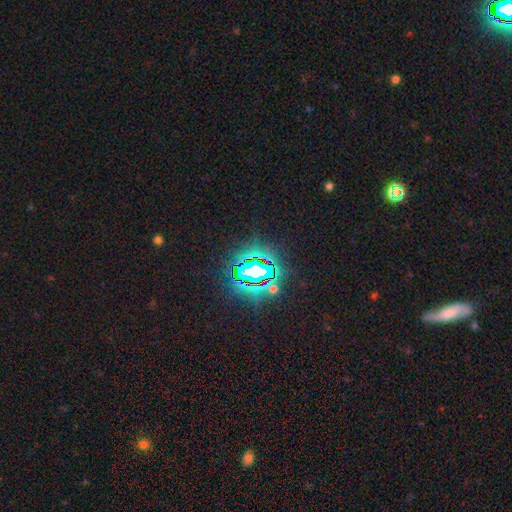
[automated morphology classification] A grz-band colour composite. It shows a star or artifact, not a galaxy (81%).